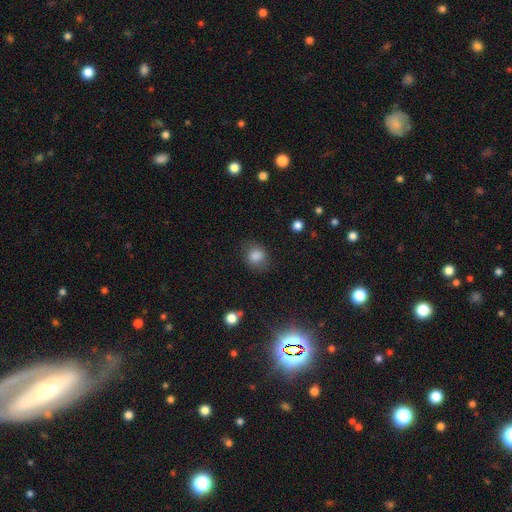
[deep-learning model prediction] Smooth or featured? smooth (83%)
How rounded? round (68%)
Merging? none (76%)